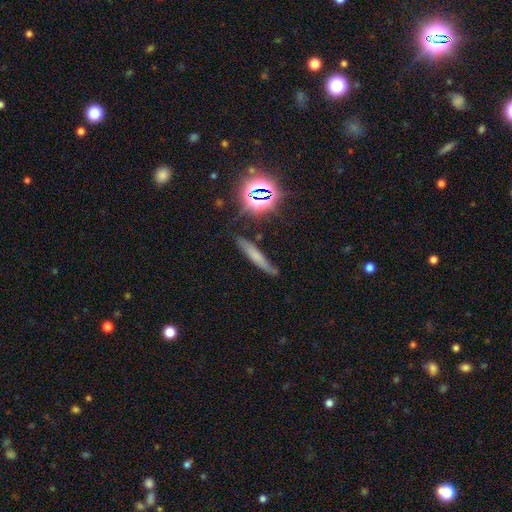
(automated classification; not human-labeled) Overall: smooth (56%; featured or disk 26%). How rounded: cigar-shaped (87%). Merging: none (76%).